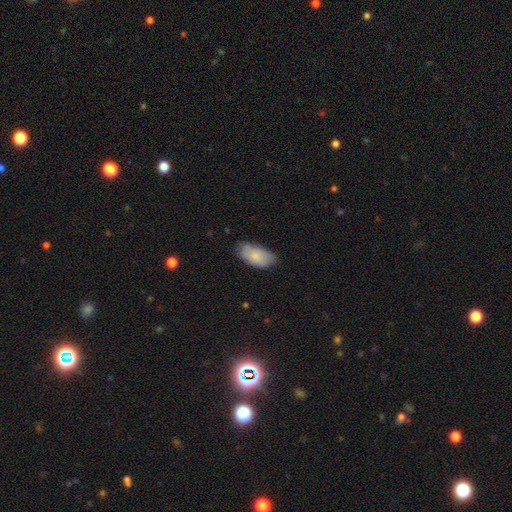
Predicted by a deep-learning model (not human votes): This appears to be a smooth galaxy with no disk features (80%) that is in between round and cigar-shaped (93%). Merging: none (63%).